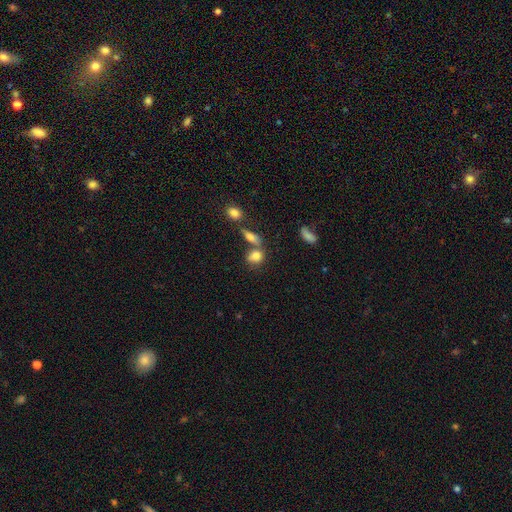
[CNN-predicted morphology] This is likely a smooth galaxy (78%). How rounded: possibly in between (49%). Merging: possibly none (46%).